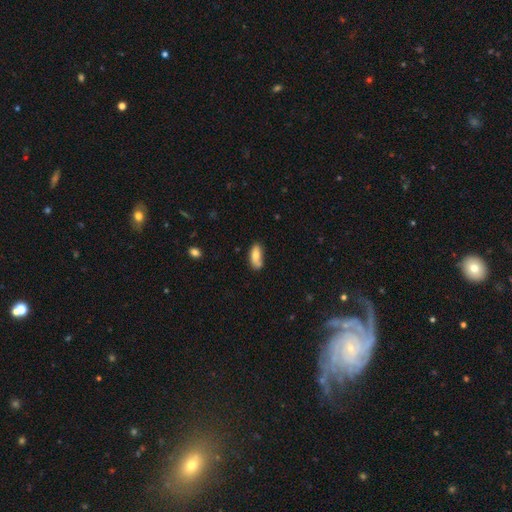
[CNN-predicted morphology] type=smooth (76%); roundness=in between (83%); merging=none (58%).